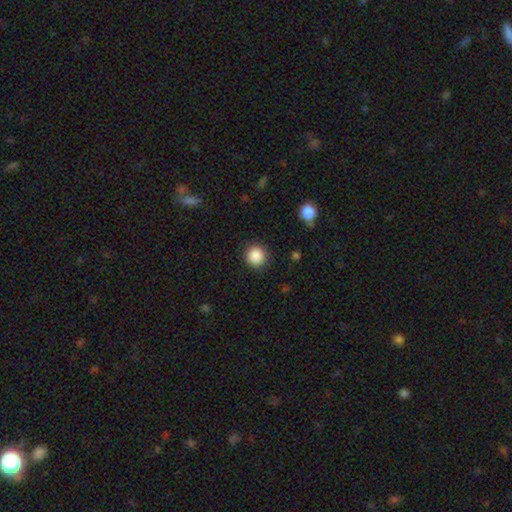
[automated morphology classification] Overall: smooth (87%). How rounded: round (93%). Merging: none (90%).